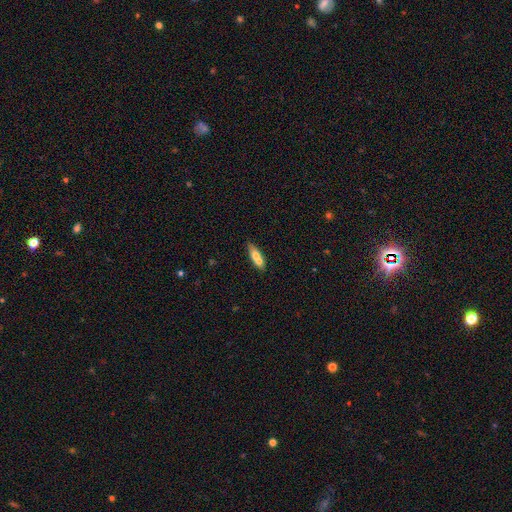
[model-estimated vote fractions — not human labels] Smooth or featured: smooth — 63% (featured or disk — 30%)
How rounded: in between — 58% (cigar-shaped — 37%)
Merging: merger — 43% (none — 42%)